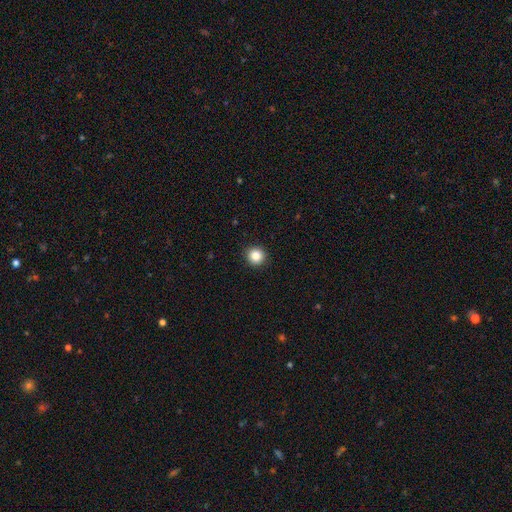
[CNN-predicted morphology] A smooth galaxy with no disk features (85%) that is round (94%).

Vote fractions:
- Smooth or featured? smooth: 85% / star or artifact: 10% / featured or disk: 4%
- How rounded? round: 94% / in between: 5% / cigar-shaped: 1%
- Merging? none: 93% / minor disturbance: 5% / major disturbance: 2% / merger: 1%